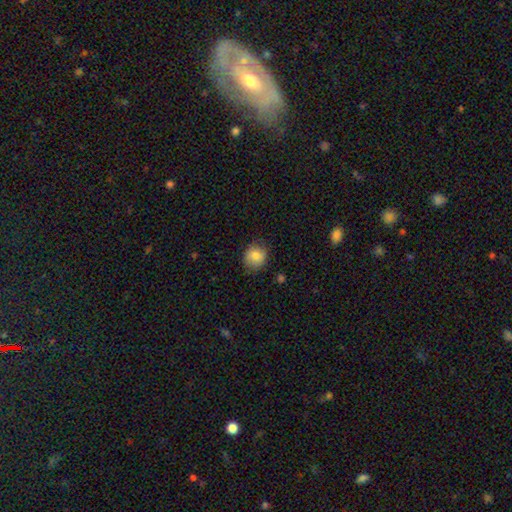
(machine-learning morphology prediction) A smooth galaxy with no disk features (80%) that is round (82%).

Vote fractions:
- Smooth or featured? smooth: 80% / featured or disk: 11% / star or artifact: 9%
- How rounded? round: 82% / in between: 17% / cigar-shaped: 1%
- Merging? none: 82% / minor disturbance: 14% / major disturbance: 3% / merger: 1%